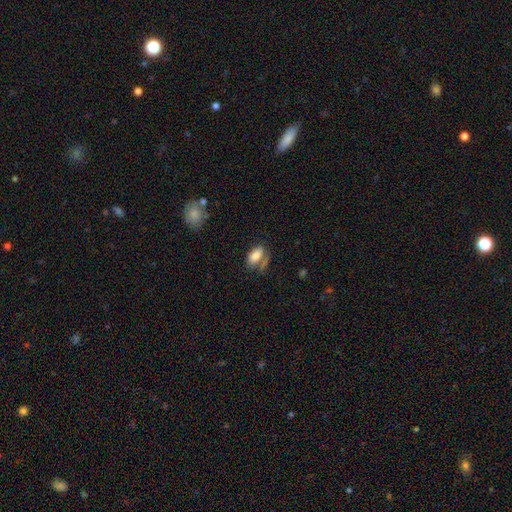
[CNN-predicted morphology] smooth-or-featured: smooth: 79% | featured or disk: 11% | star or artifact: 10%
  how-rounded: in between: 87% | cigar-shaped: 7% | round: 5%
  merging: none: 53% | minor disturbance: 21% | merger: 15% | major disturbance: 11%